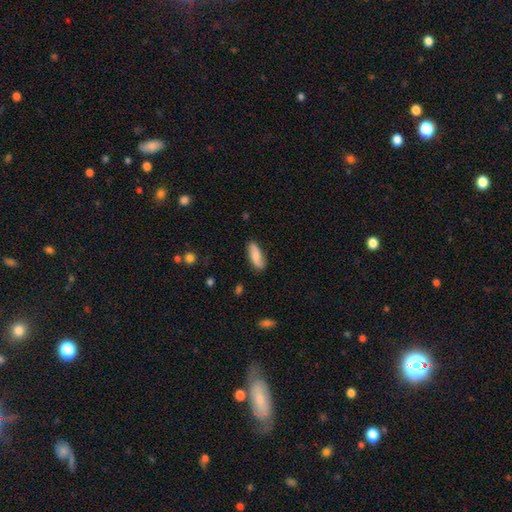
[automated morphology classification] Smooth or featured: smooth — 72% (featured or disk — 22%)
How rounded: in between — 71% (cigar-shaped — 27%)
Merging: none — 80% (minor disturbance — 16%)